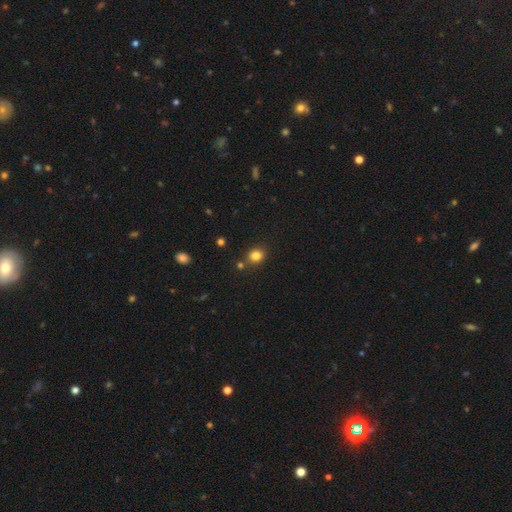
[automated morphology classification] Smooth or featured? smooth (82%)
How rounded? round (69%)
Merging? none (78%)